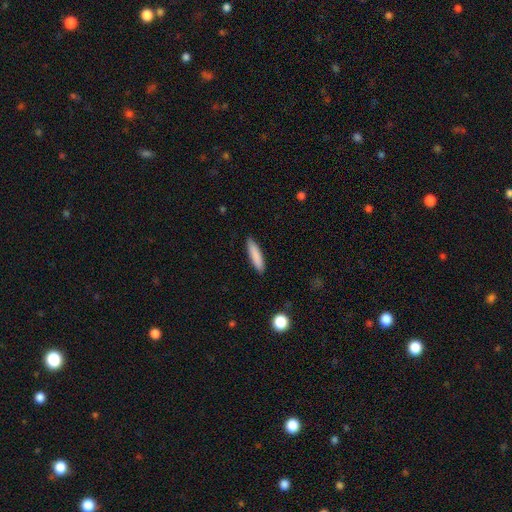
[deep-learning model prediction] This is clearly a smooth galaxy (85%). How rounded: clearly cigar-shaped (82%). Merging: clearly none (89%).